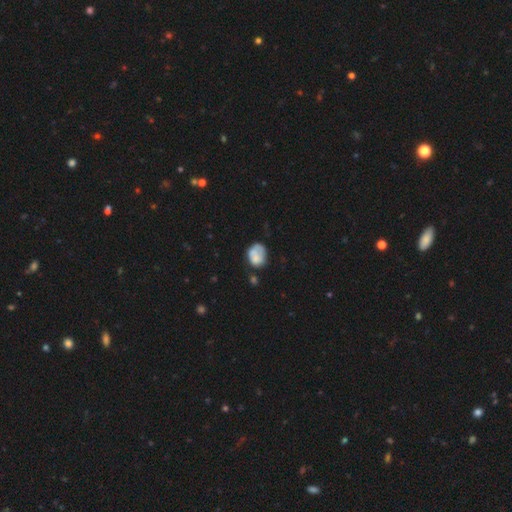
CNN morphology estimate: smooth-or-featured: smooth: 65% | featured or disk: 27% | star or artifact: 9%
  how-rounded: in between: 58% | round: 41% | cigar-shaped: 1%
  merging: none: 40% | minor disturbance: 28% | merger: 17% | major disturbance: 15%